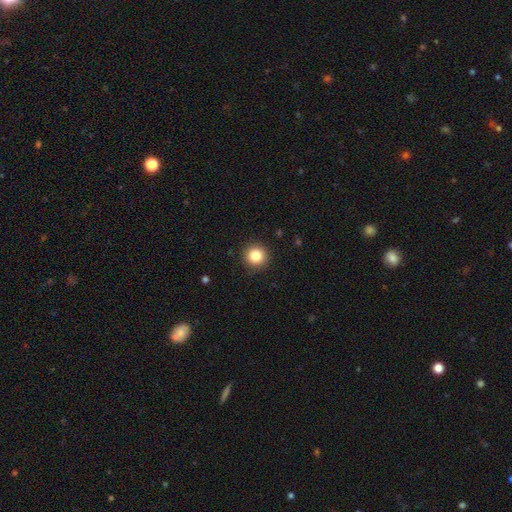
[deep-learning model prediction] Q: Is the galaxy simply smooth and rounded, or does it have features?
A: smooth — 85%.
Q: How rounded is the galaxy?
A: round — 95%.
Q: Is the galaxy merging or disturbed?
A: none — 91%.